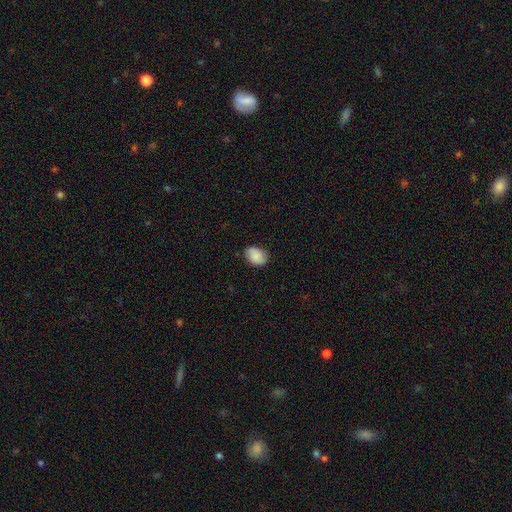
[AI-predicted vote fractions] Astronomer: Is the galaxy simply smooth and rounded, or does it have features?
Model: smooth — 84%.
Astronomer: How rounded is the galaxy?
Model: in between — 71%.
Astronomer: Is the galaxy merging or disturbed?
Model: none — 79%.